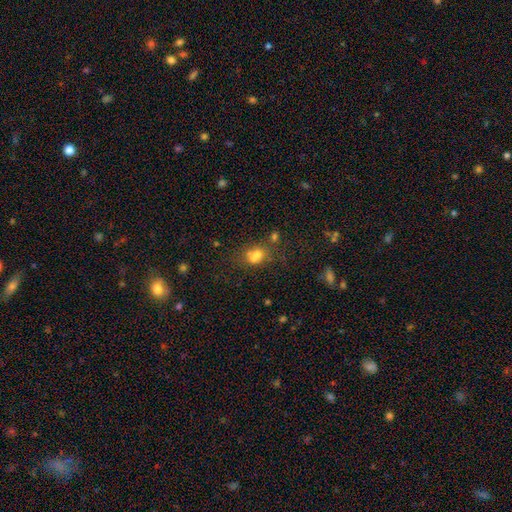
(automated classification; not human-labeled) A smooth galaxy with no disk features (64%) that is in between round and cigar-shaped (54%). Merging: none (42%).